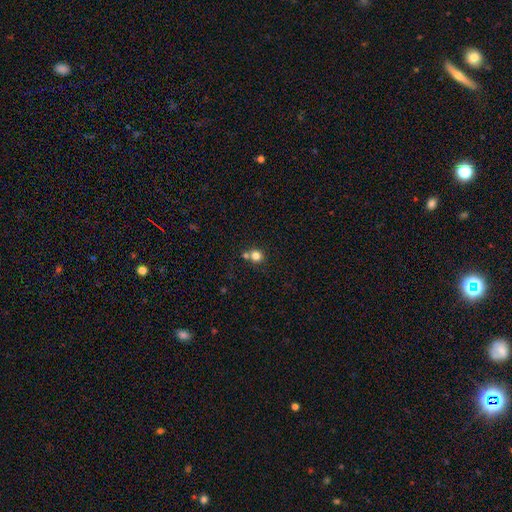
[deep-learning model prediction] A smooth galaxy with no disk features (80%) that is round (88%). Merging: none (59%).